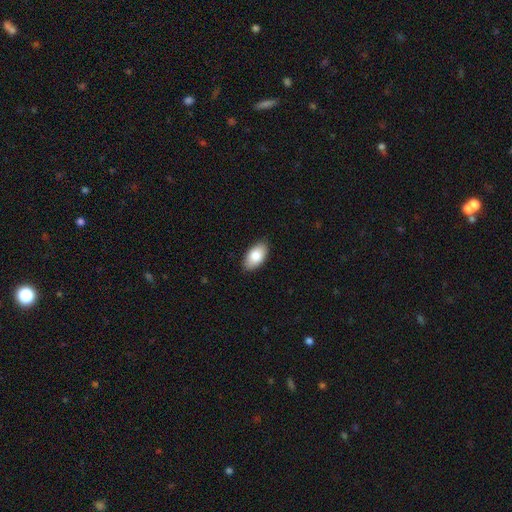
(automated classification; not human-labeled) Smooth or featured?
  - smooth: 84% *
  - featured or disk: 9%
  - star or artifact: 6%
How rounded?
  - in between: 95% *
  - round: 3%
  - cigar-shaped: 2%
Merging?
  - none: 88% *
  - minor disturbance: 9%
  - major disturbance: 2%
  - merger: 1%